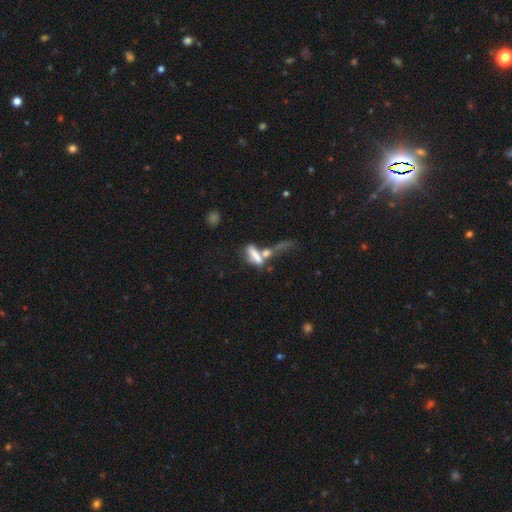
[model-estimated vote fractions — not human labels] A smooth galaxy with no disk features (56%) that is cigar-shaped (48%).

Vote fractions:
- Smooth or featured? smooth: 56% / featured or disk: 31% / star or artifact: 13%
- How rounded? cigar-shaped: 48% / in between: 46% / round: 6%
- Merging? merger: 55% / major disturbance: 19% / none: 17% / minor disturbance: 9%